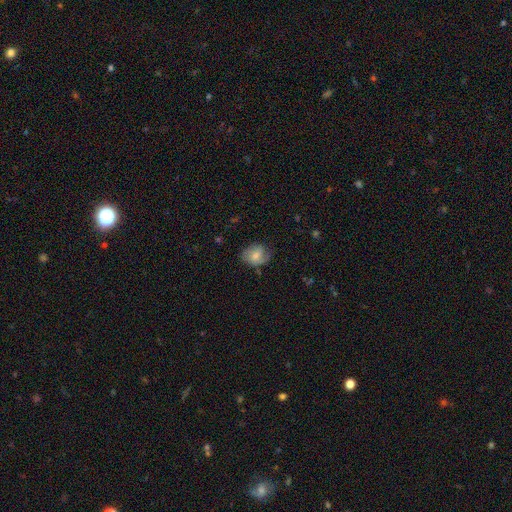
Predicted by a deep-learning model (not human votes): The model was most divided on "smooth or featured": smooth: 49%, featured or disk: 43%, star or artifact: 8%. More confident: merging — none (63%).